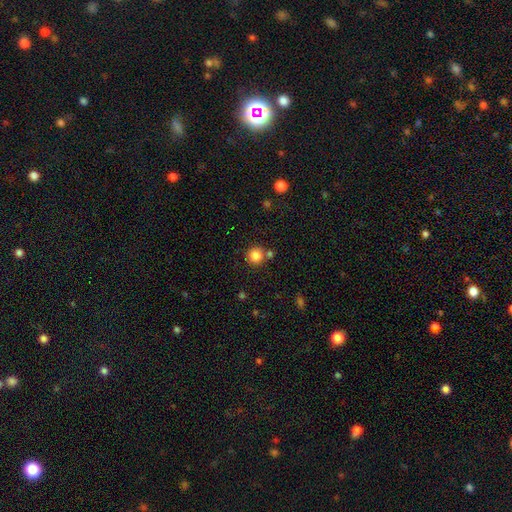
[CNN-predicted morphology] Overall: smooth (84%). How rounded: round (94%). Merging: none (76%).